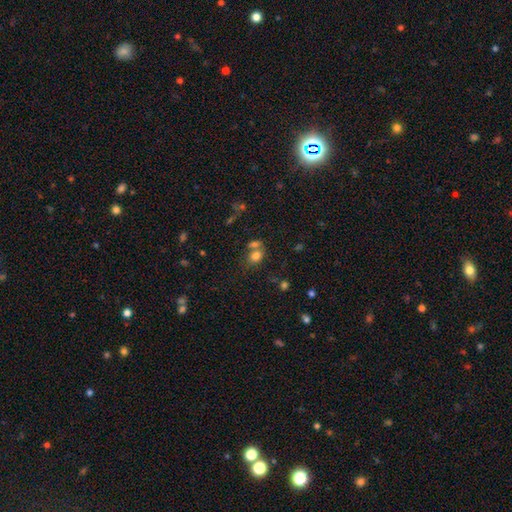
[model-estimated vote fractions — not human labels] The model was most divided on "merging": none: 42%, merger: 39%, minor disturbance: 12%, major disturbance: 6%. More confident: smooth or featured — smooth (77%); how rounded — in between (59%).